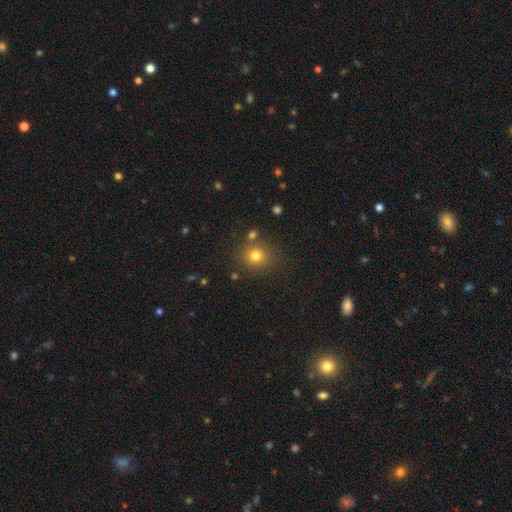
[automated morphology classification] smooth 77%, star or artifact 15%, featured or disk 8%. Down the decision tree: how rounded — round (84%); merging — none (78%).